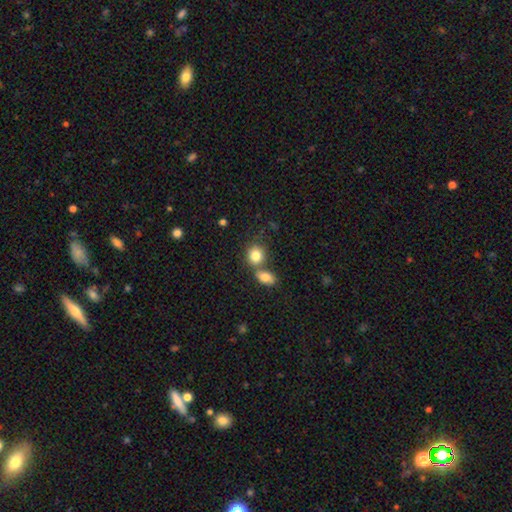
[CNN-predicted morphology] A smooth galaxy with no disk features (82%) that is round (66%).

Vote fractions:
- Smooth or featured? smooth: 82% / featured or disk: 9% / star or artifact: 9%
- How rounded? round: 66% / in between: 32% / cigar-shaped: 1%
- Merging? none: 48% / merger: 39% / minor disturbance: 9% / major disturbance: 3%